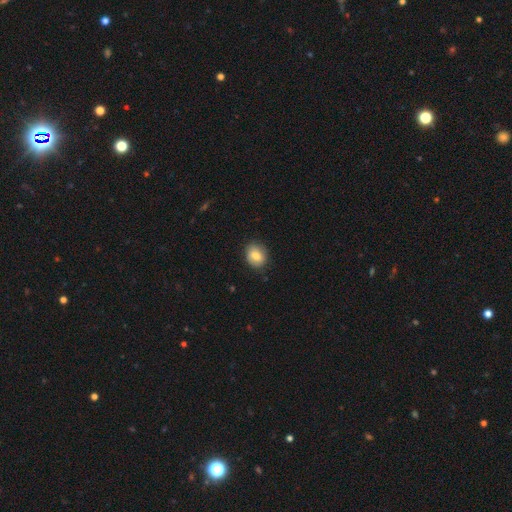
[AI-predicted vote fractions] smooth-or-featured: smooth: 82% | featured or disk: 10% | star or artifact: 8%
  how-rounded: round: 53% | in between: 46% | cigar-shaped: 1%
  merging: none: 84% | minor disturbance: 13% | major disturbance: 3% | merger: 1%